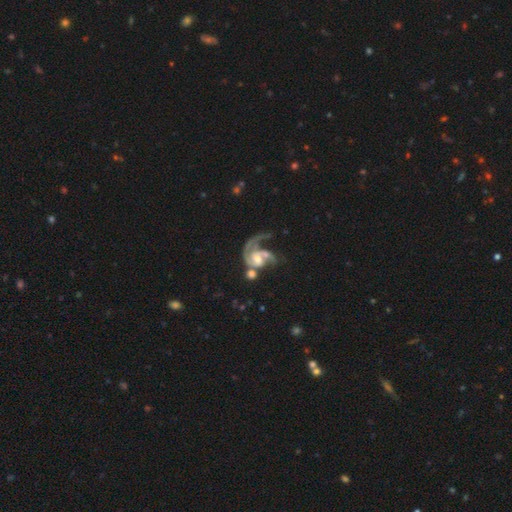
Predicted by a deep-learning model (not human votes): Smooth or featured? featured or disk (80%)
Edge-on disk? no (97%)
Bar? no (62%)
Spiral arms? yes (88%)
Spiral winding? medium (40%)
Spiral arm count? 1 (49%)
Bulge size? moderate (49%)
Merging? merger (37%)